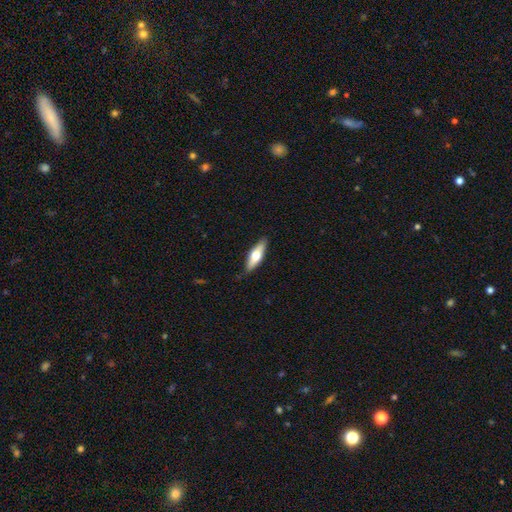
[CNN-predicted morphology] smooth_or_featured: smooth (p=0.54) [alt: featured or disk p=0.41]
how_rounded: in between (p=0.52) [alt: cigar-shaped p=0.45]
merging: none (p=0.86) [alt: minor disturbance p=0.11]